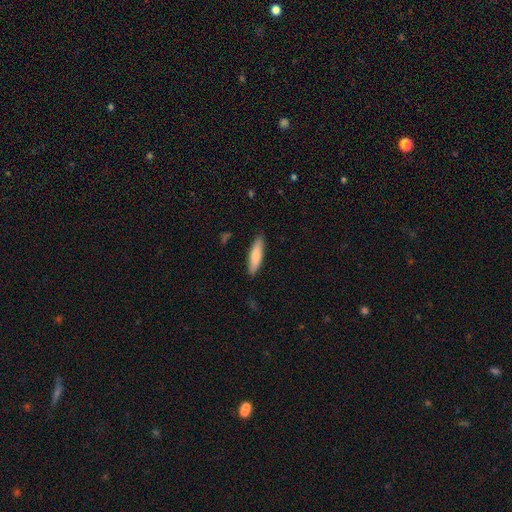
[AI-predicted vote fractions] Morphology: type=smooth (76%); roundness=cigar-shaped (71%); merging=none (88%).